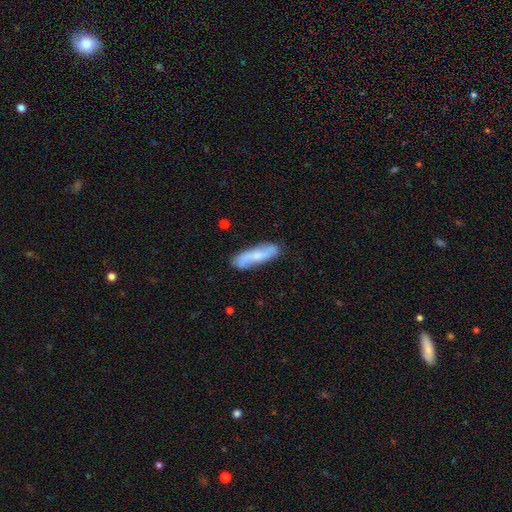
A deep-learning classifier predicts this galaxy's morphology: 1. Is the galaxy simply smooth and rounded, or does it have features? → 51% smooth, 42% featured or disk, 7% star or artifact.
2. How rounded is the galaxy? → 68% cigar-shaped, 30% in between, 2% round.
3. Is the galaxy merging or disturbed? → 82% none, 14% minor disturbance, 3% major disturbance, 2% merger.